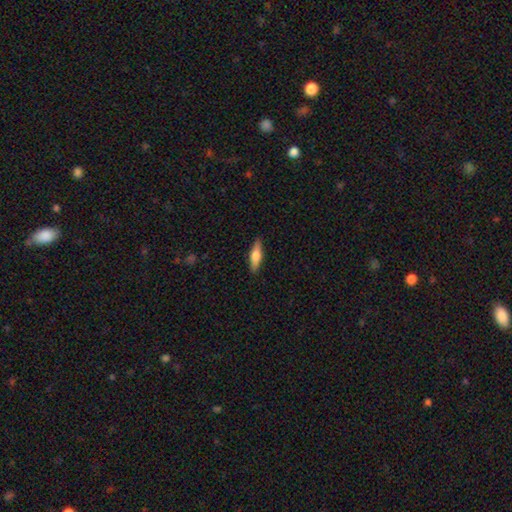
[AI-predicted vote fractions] The model was most divided on "smooth or featured": smooth: 53%, featured or disk: 41%, star or artifact: 6%. More confident: merging — none (89%); how rounded — cigar-shaped (65%).